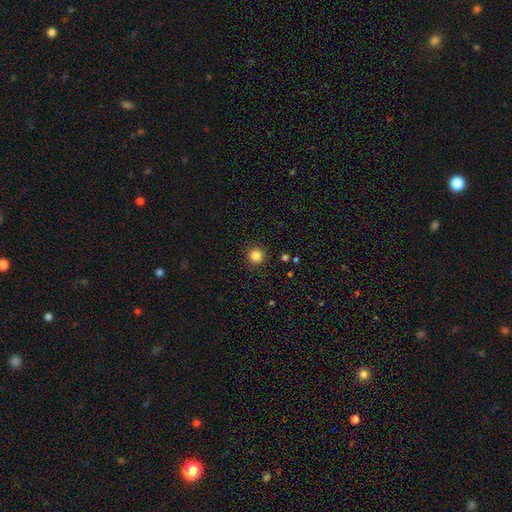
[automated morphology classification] Overall: smooth (84%). How rounded: round (95%). Merging: none (92%).